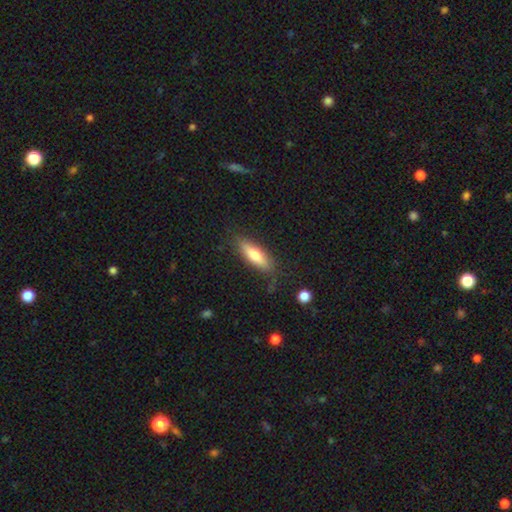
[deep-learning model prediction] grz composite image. It shows a smooth galaxy with no disk features (68%) that is cigar-shaped (53%). Merging: none (78%).